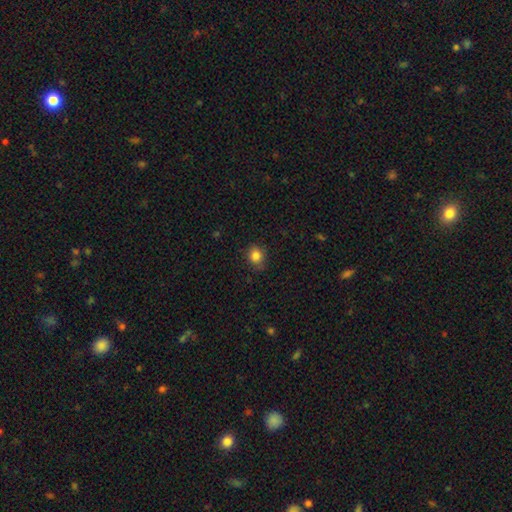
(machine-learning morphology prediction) A smooth galaxy with no disk features (84%) that is round (71%).

Vote fractions:
- Smooth or featured? smooth: 84% / star or artifact: 11% / featured or disk: 5%
- How rounded? round: 71% / in between: 28% / cigar-shaped: 1%
- Merging? none: 79% / minor disturbance: 16% / major disturbance: 3% / merger: 1%